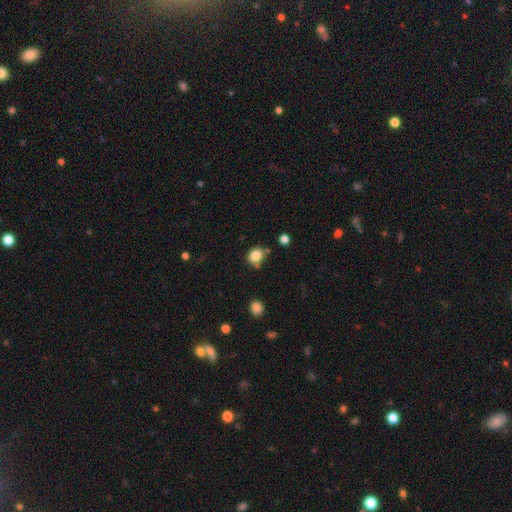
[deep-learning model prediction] A smooth galaxy with no disk features (83%) that is round (74%). Merging: none (72%).